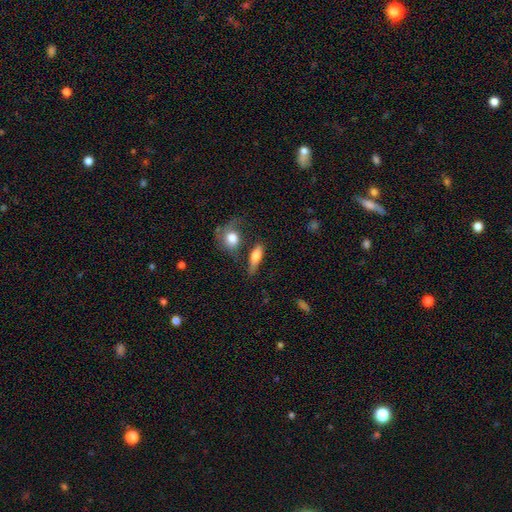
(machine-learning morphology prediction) Smooth or featured? smooth (67%)
How rounded? in between (50%)
Merging? none (56%)